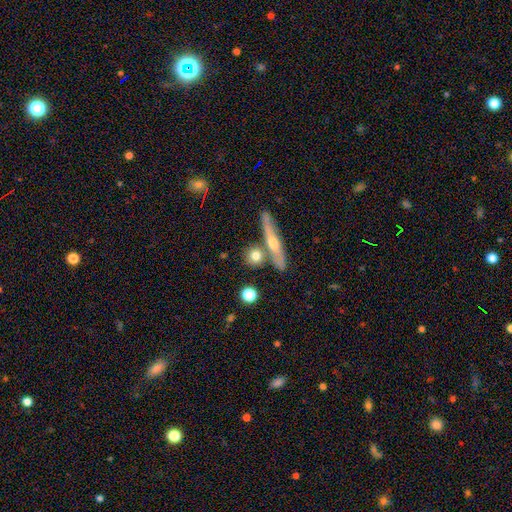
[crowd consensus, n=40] Overall: smooth (68%). How rounded: round (56%; cigar-shaped 33%). Merging: none (54%; merger 27%).